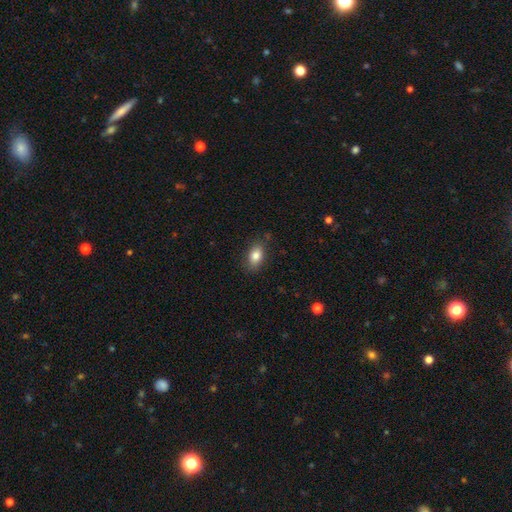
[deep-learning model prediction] Smooth or featured? Predicted: smooth (p=0.83). How rounded? Predicted: in between (p=0.86). Merging? Predicted: none (p=0.82).